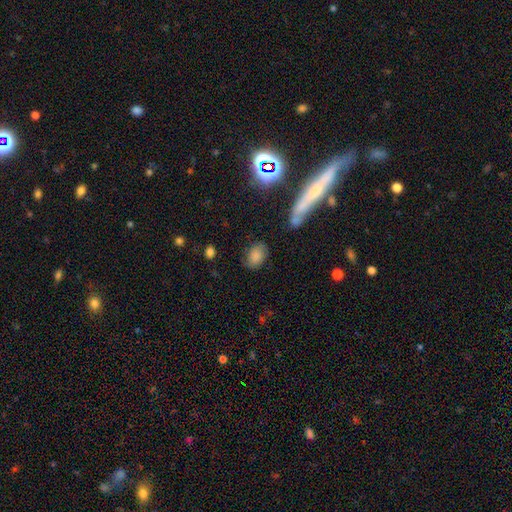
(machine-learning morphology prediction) The model was most divided on "merging": none: 71%, minor disturbance: 20%, major disturbance: 6%, merger: 3%. More confident: smooth or featured — smooth (82%); how rounded — in between (78%).